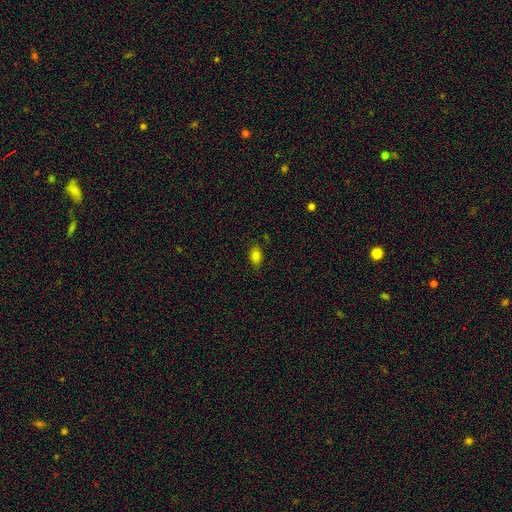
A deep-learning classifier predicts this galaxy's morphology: Smooth or featured? Predicted: smooth (p=0.81). How rounded? Predicted: in between (p=0.84). Merging? Predicted: none (p=0.81).